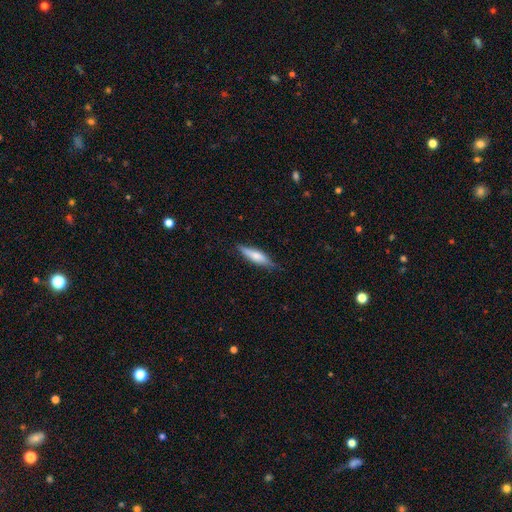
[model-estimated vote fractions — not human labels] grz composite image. It shows a smooth galaxy with no disk features (61%) that is cigar-shaped (73%). Merging: none (80%).